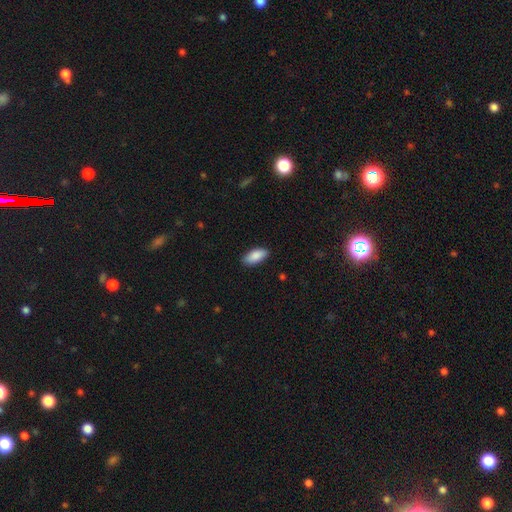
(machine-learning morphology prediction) smooth_or_featured: smooth (p=0.89) [alt: star or artifact p=0.06]
how_rounded: in between (p=0.88) [alt: cigar-shaped p=0.11]
merging: none (p=0.88) [alt: minor disturbance p=0.10]